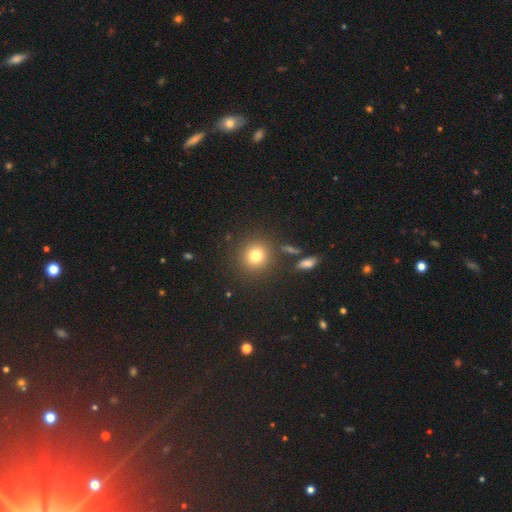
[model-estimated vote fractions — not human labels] Smooth or featured? Predicted: smooth (p=0.78). How rounded? Predicted: round (p=0.89). Merging? Predicted: none (p=0.86).